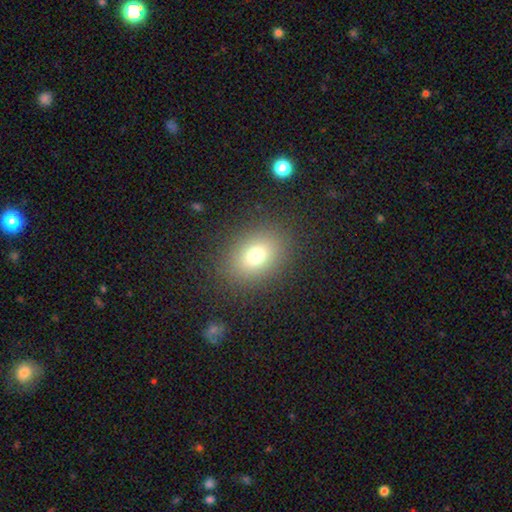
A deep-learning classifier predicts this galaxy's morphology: This appears to be a smooth galaxy with no disk features (74%) that is in between round and cigar-shaped (57%). Merging: none (86%).